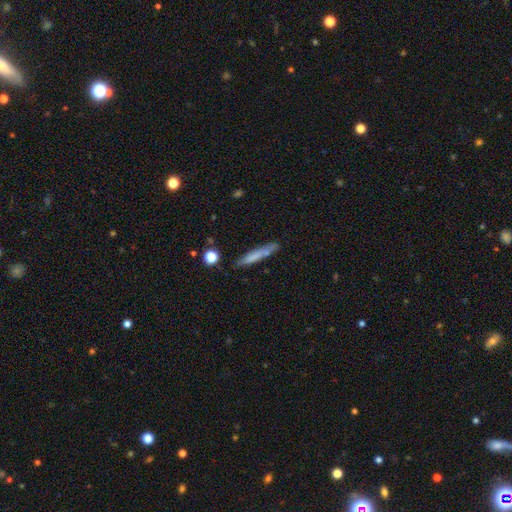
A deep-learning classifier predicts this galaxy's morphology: This is likely a smooth galaxy (63%). How rounded: clearly cigar-shaped (93%). Merging: likely none (76%).